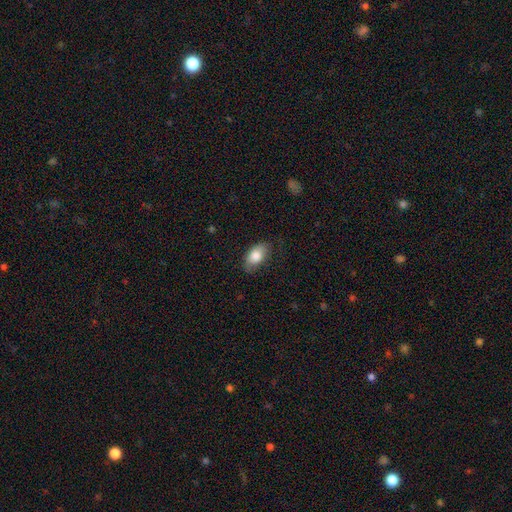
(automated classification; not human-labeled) A smooth galaxy with no disk features (81%) that is in between round and cigar-shaped (92%).

Vote fractions:
- Smooth or featured? smooth: 81% / featured or disk: 12% / star or artifact: 7%
- How rounded? in between: 92% / round: 6% / cigar-shaped: 2%
- Merging? none: 76% / minor disturbance: 18% / major disturbance: 5% / merger: 1%